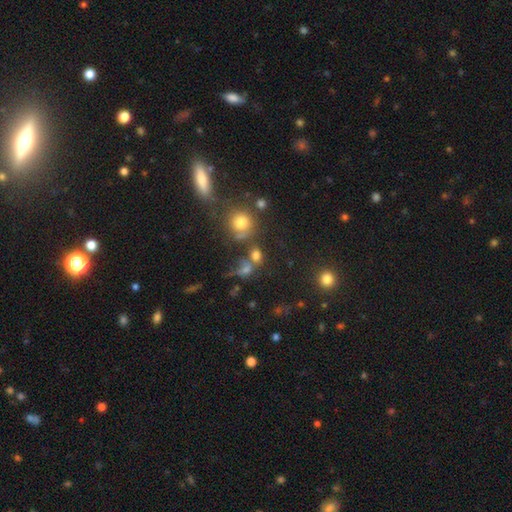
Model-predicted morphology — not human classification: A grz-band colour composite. It shows a smooth galaxy with no disk features (68%) that is round (60%). Merging: none (50%).